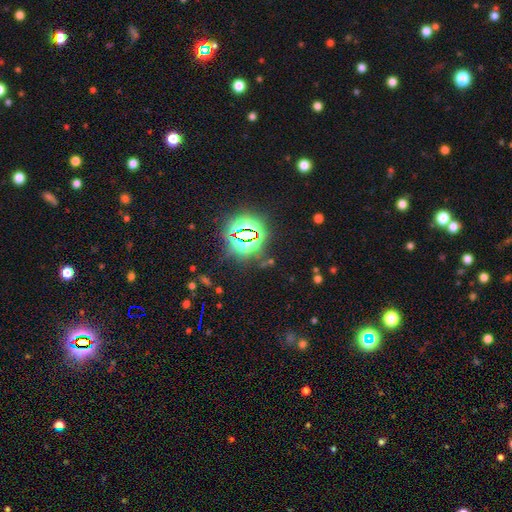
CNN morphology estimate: Smooth or featured? star or artifact (81%)